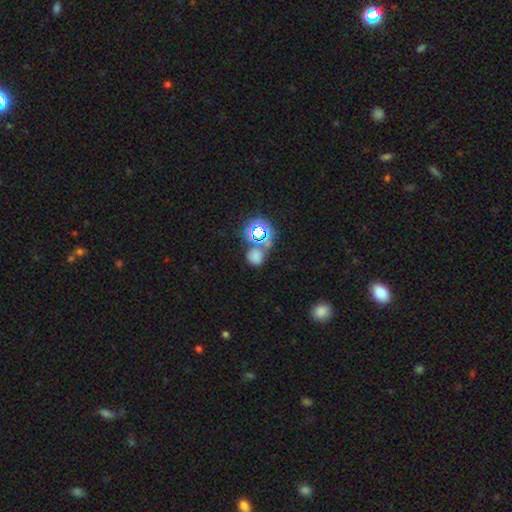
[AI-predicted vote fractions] Smooth or featured? Predicted: smooth (p=0.59). How rounded? Predicted: round (p=0.75). Merging? Predicted: none (p=0.53).